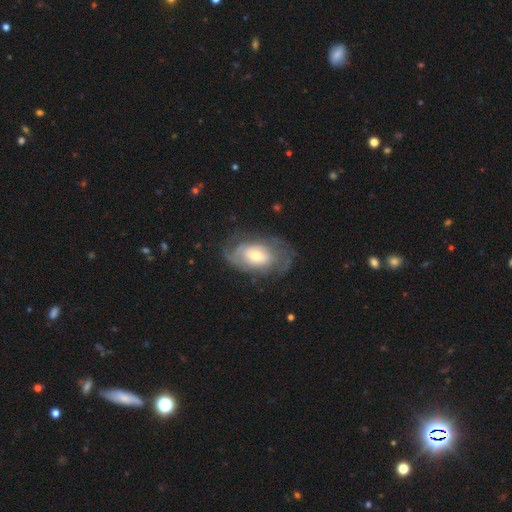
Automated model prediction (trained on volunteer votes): Overall: featured or disk (68%). Edge-on disk: no (95%). Bar: no (68%). Spiral arms: yes (77%). Bulge size: moderate (56%; small 30%). Merging: none (62%).